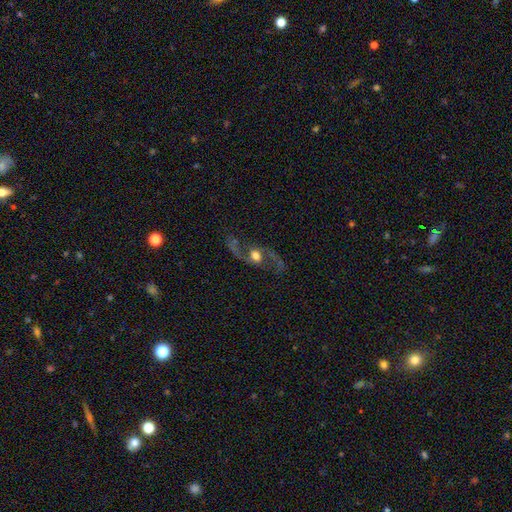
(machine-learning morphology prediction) Overall: featured or disk (85%). Edge-on disk: no (94%). Bar: no (59%; weak 29%). Spiral arms: yes (92%). Spiral arm count: 2 (94%). Spiral winding: loose (71%). Bulge size: moderate (64%). Merging: none (74%).